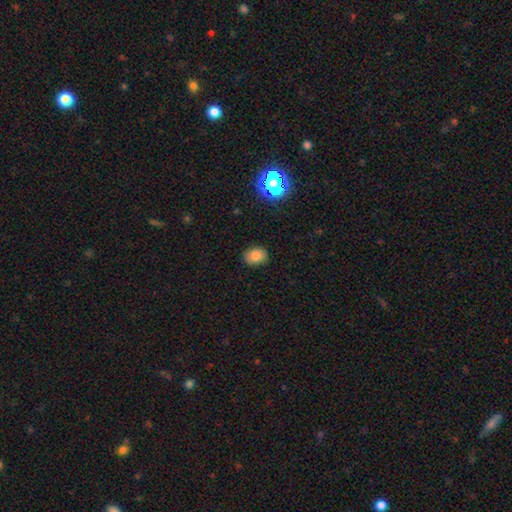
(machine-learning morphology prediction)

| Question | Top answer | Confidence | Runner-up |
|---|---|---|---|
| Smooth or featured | smooth | 81% | star or artifact (13%) |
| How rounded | in between | 66% | round (33%) |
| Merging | none | 86% | minor disturbance (10%) |